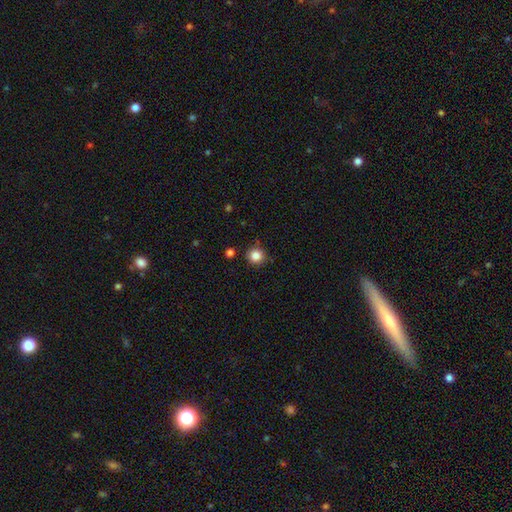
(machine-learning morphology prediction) Smooth or featured? smooth (84%)
How rounded? round (92%)
Merging? none (86%)